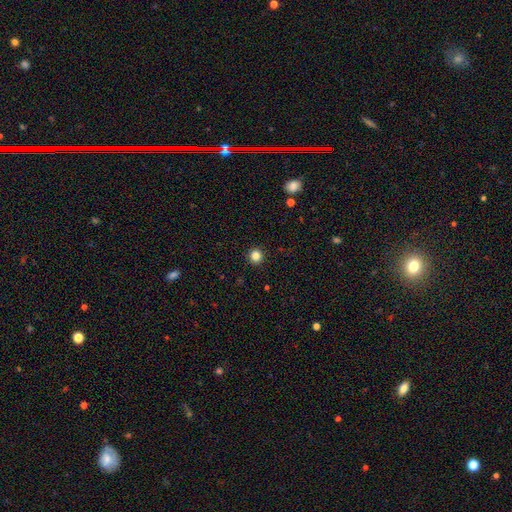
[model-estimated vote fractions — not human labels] This is clearly a smooth galaxy (83%). How rounded: clearly round (95%). Merging: clearly none (93%).